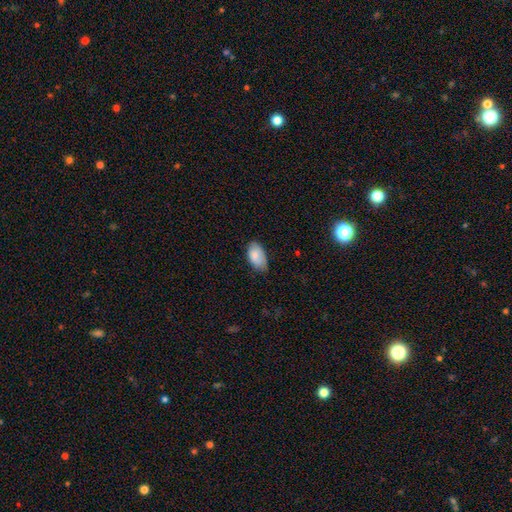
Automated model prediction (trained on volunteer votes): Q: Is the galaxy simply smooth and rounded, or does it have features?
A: smooth — 83%.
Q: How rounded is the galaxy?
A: in between — 95%.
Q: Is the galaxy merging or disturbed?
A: none — 65%.